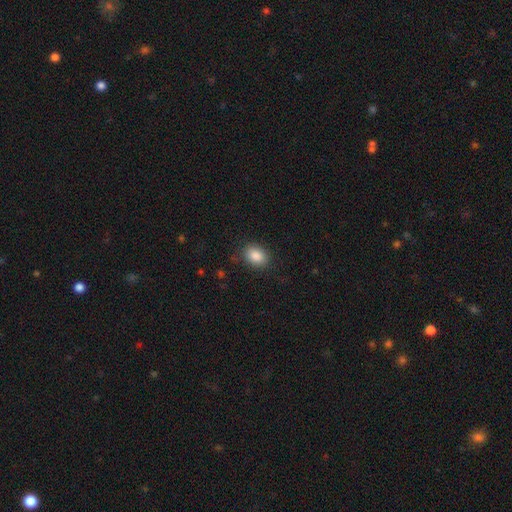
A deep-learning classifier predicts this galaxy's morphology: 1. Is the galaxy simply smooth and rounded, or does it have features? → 87% smooth, 8% star or artifact, 4% featured or disk.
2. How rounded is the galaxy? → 71% in between, 28% round, 1% cigar-shaped.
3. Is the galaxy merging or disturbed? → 84% none, 11% minor disturbance, 3% major disturbance, 1% merger.